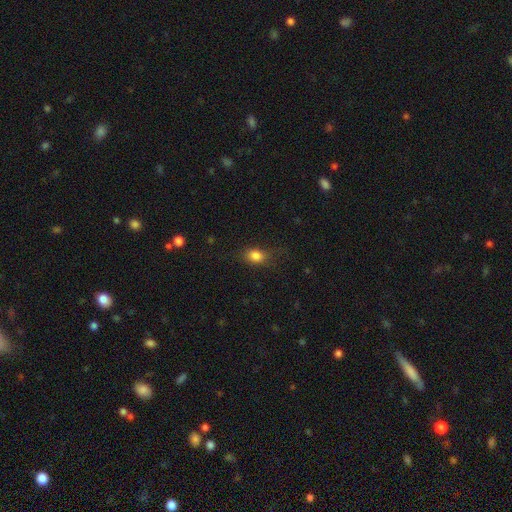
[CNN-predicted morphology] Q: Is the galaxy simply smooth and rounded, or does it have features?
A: smooth — 82%.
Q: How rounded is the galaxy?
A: in between — 65%.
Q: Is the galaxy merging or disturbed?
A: none — 73%.